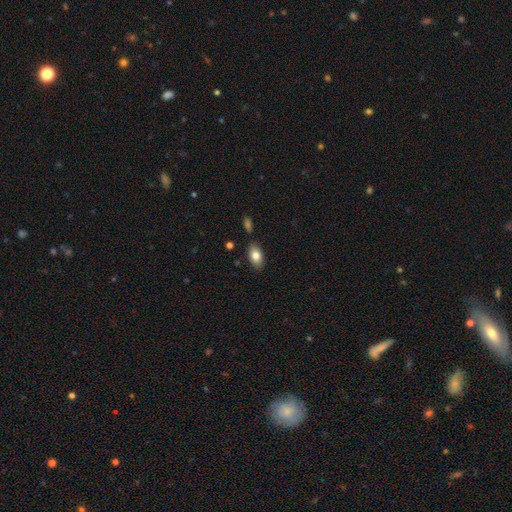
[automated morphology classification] smooth_or_featured: smooth (p=0.81) [alt: featured or disk p=0.11]
how_rounded: in between (p=0.92) [alt: round p=0.06]
merging: none (p=0.82) [alt: minor disturbance p=0.12]